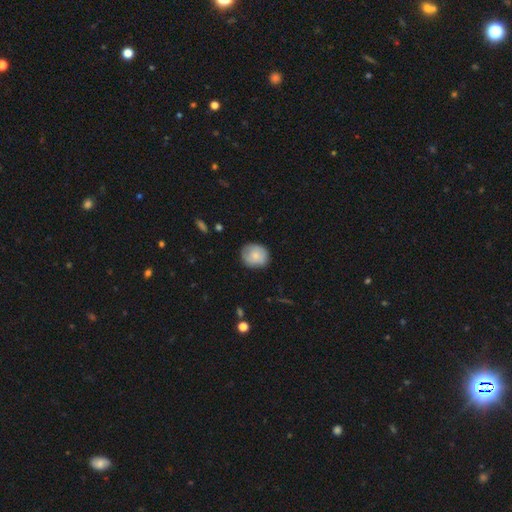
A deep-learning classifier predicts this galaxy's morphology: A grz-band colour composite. It shows a smooth galaxy with no disk features (74%) that is round (75%). Merging: none (76%).